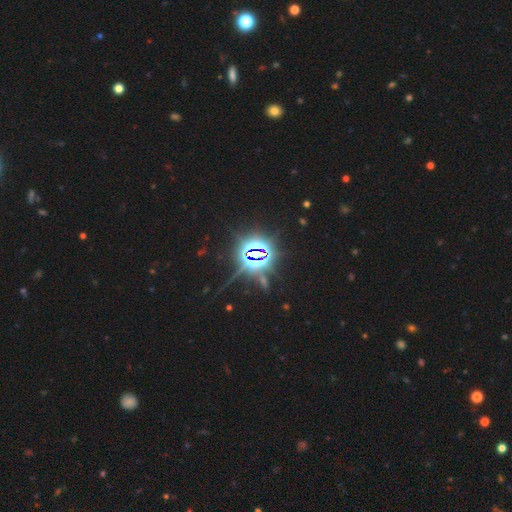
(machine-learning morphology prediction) The model was most divided on "smooth or featured": star or artifact: 84%, smooth: 8%, featured or disk: 7%.